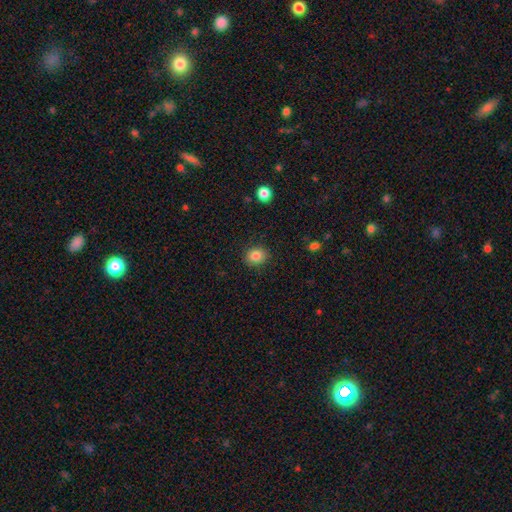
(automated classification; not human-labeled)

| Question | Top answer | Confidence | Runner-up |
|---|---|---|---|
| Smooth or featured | smooth | 84% | star or artifact (10%) |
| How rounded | round | 66% | in between (33%) |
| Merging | none | 89% | minor disturbance (8%) |